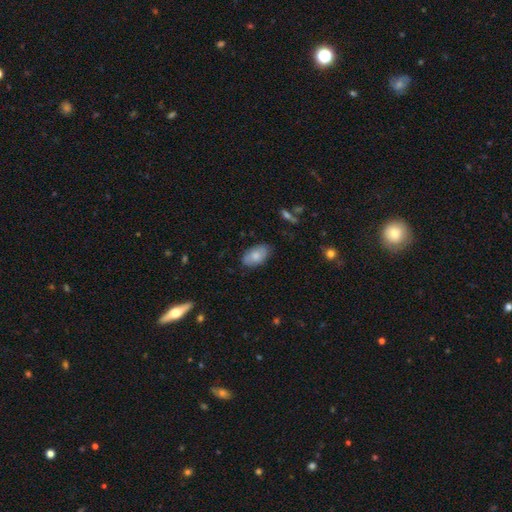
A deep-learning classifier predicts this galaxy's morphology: smooth 76%, featured or disk 17%, star or artifact 7%. Down the decision tree: how rounded — in between (93%); merging — none (80%).